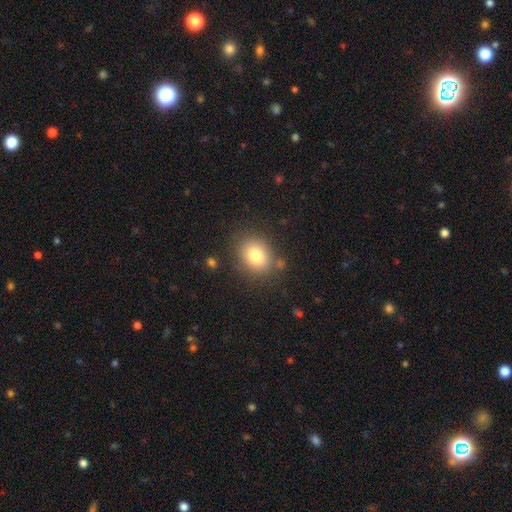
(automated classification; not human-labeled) A smooth galaxy with no disk features (81%) that is in between round and cigar-shaped (50%, tied with round). Merging: none (80%).